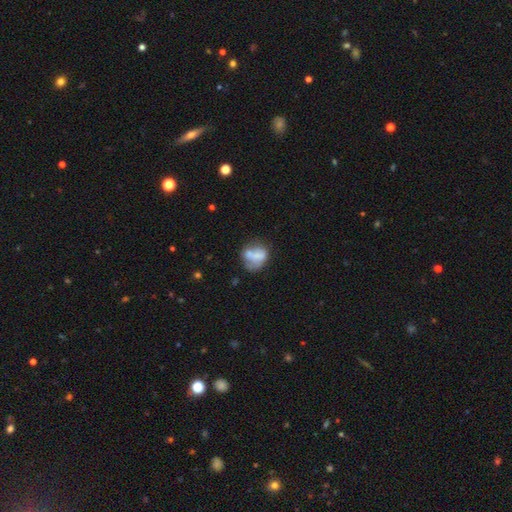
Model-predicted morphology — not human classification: Overall: smooth (57%; featured or disk 33%). How rounded: in between (53%; round 45%). Merging: none (31%; merger 30%).